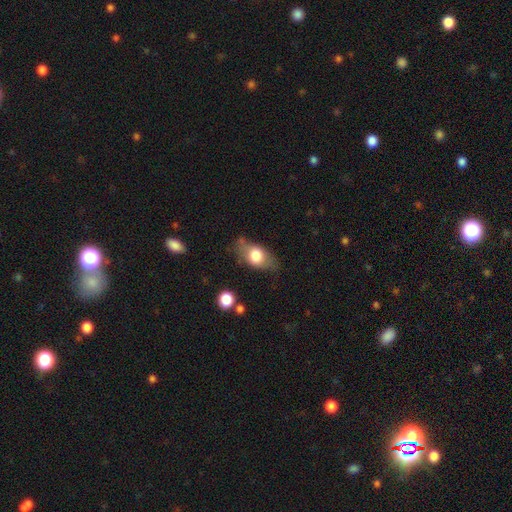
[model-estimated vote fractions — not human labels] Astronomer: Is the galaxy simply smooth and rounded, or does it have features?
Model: smooth — 68%.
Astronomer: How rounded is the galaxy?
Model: in between — 80%.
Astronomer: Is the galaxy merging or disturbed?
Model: none — 60%.